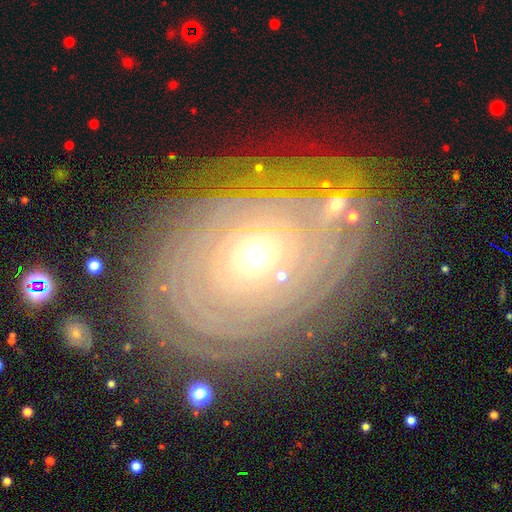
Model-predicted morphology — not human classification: The model was most divided on "spiral arm count": can't tell: 33%, more than 4: 26%, 4: 13%, 3: 11%, 2: 10%, 1: 7%. More confident: edge-on disk — no (95%); spiral arms — yes (92%); spiral winding — tight (88%); smooth or featured — featured or disk (84%); bar — no (84%); merging — none (76%); bulge size — moderate (55%).